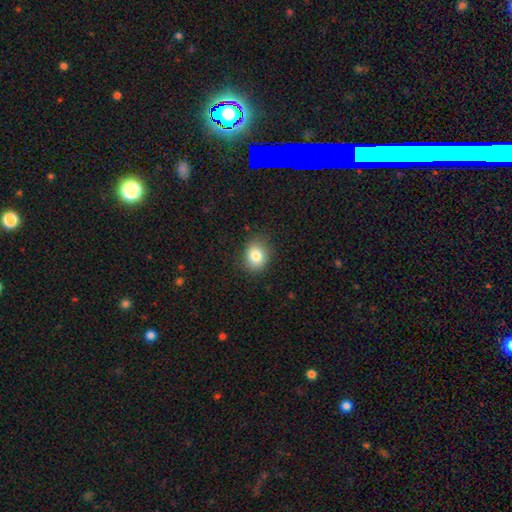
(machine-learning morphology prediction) smooth 83%, star or artifact 9%, featured or disk 8%. Down the decision tree: how rounded — in between (50%); merging — none (82%).